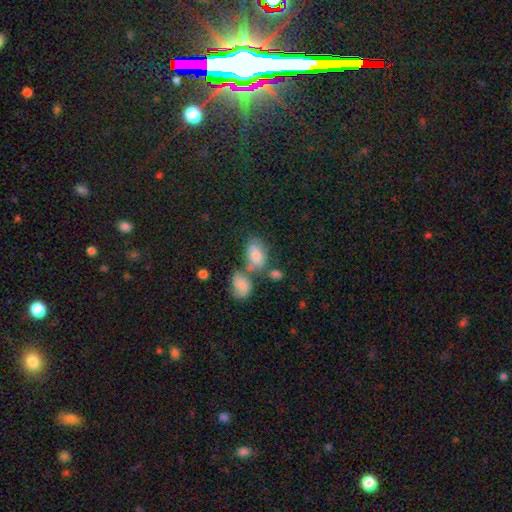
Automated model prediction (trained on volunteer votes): Smooth or featured: smooth — 73% (featured or disk — 17%)
How rounded: in between — 86% (round — 12%)
Merging: none — 38% (merger — 36%)